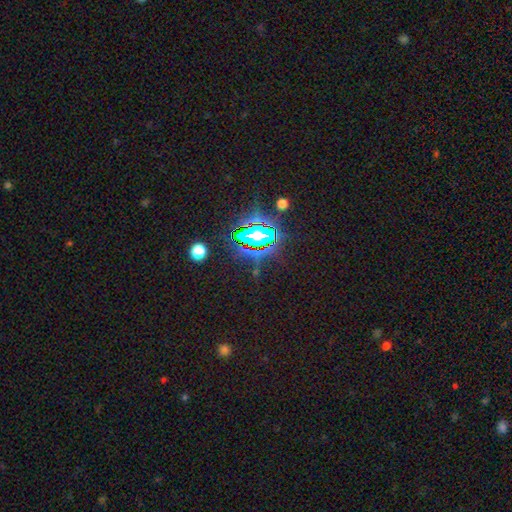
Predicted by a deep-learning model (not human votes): This is clearly a star or artifact rather than a galaxy (81%).